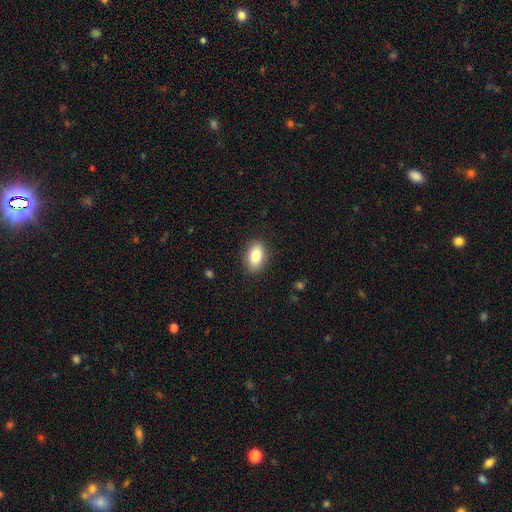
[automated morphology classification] type=smooth (84%); roundness=in between (89%); merging=none (87%).